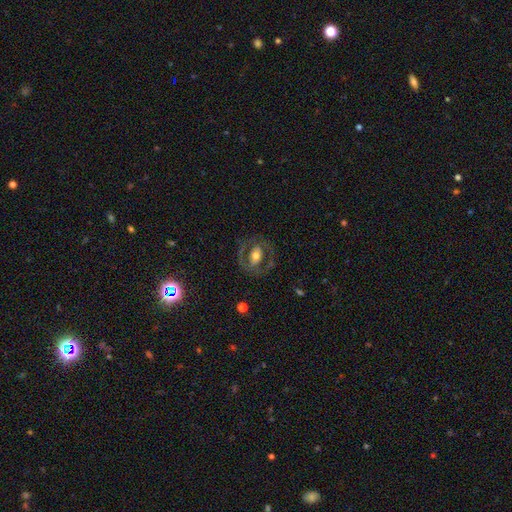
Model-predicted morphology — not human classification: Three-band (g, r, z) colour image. It shows a featured or disk galaxy (58%) with no bar (58%), no spiral arms (65%) and a moderate central bulge (65%). Merging: none (72%).